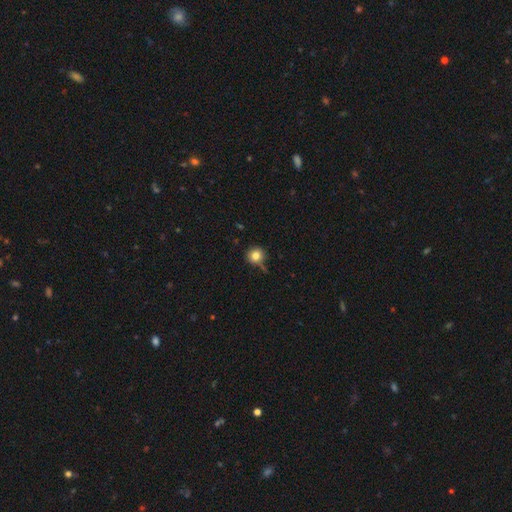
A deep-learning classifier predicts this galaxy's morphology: This appears to be a smooth galaxy with no disk features (81%) that is round (89%). Merging: none (70%).